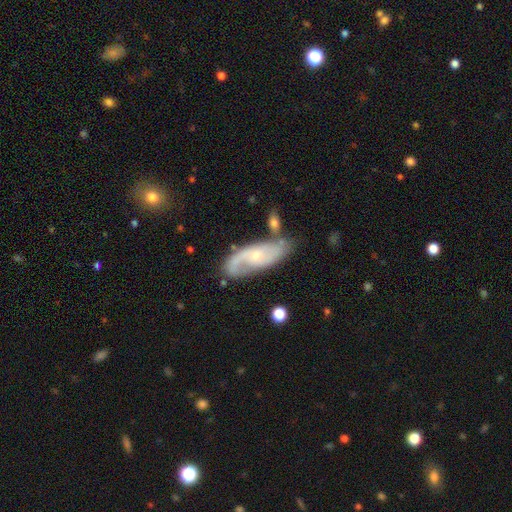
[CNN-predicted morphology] smooth-or-featured: featured or disk: 73% | smooth: 21% | star or artifact: 6%
  disk-edge-on: no: 90% | yes: 10%
    bar: no: 65% | weak: 29% | strong: 6%
    has-spiral-arms: yes: 88% | no: 12%
      spiral-winding: medium: 41% | loose: 33% | tight: 26%
      spiral-arm-count: 2: 65% | can't tell: 16% | 1: 14% | 3: 2% | 4: 1% | more than 4: 1%
    bulge-size: small: 66% | moderate: 29% | none: 2% | large: 2% | dominant: 1%
  merging: none: 59% | minor disturbance: 22% | major disturbance: 10% | merger: 9%